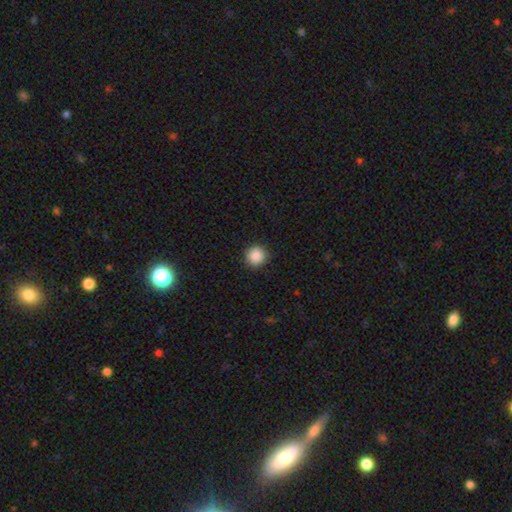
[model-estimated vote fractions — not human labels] Smooth or featured?
  - smooth: 88% *
  - star or artifact: 9%
  - featured or disk: 3%
How rounded?
  - round: 95% *
  - in between: 4%
  - cigar-shaped: 1%
Merging?
  - none: 91% *
  - minor disturbance: 6%
  - major disturbance: 2%
  - merger: 1%